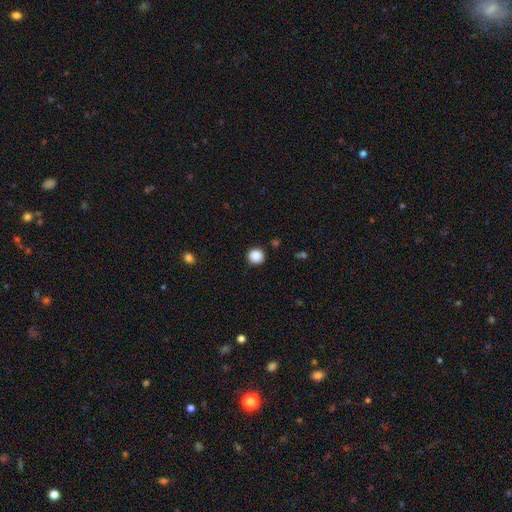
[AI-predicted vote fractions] smooth_or_featured: smooth (p=0.88) [alt: star or artifact p=0.10]
how_rounded: round (p=0.94) [alt: in between p=0.05]
merging: none (p=0.90) [alt: minor disturbance p=0.06]